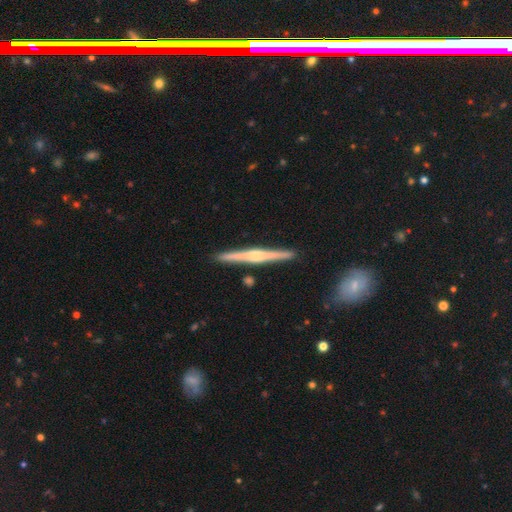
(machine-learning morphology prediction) type=featured or disk (75%); edge-on=yes (98%); edge-on bulge=rounded (73%); merging=none (91%).